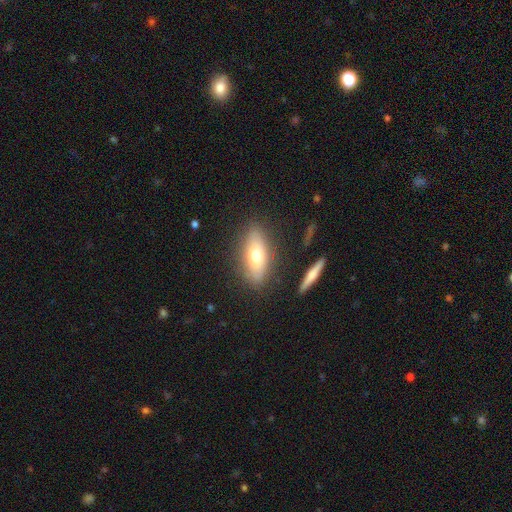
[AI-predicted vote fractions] This is likely a smooth galaxy (62%). How rounded: likely in between (68%). Merging: clearly none (82%).